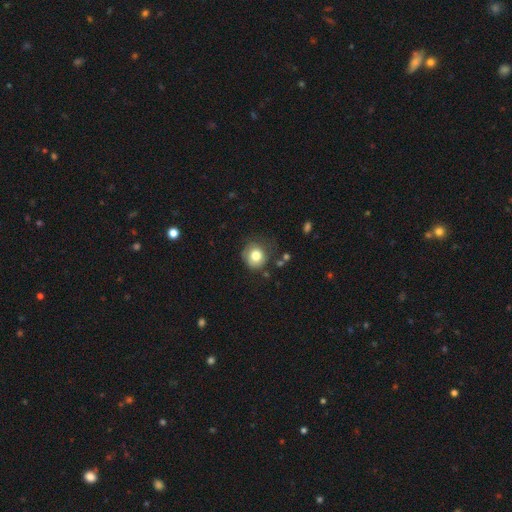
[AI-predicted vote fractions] Smooth or featured?
  - smooth: 77% *
  - featured or disk: 13%
  - star or artifact: 10%
How rounded?
  - round: 87% *
  - in between: 12%
  - cigar-shaped: 1%
Merging?
  - none: 69% *
  - minor disturbance: 20%
  - major disturbance: 8%
  - merger: 3%